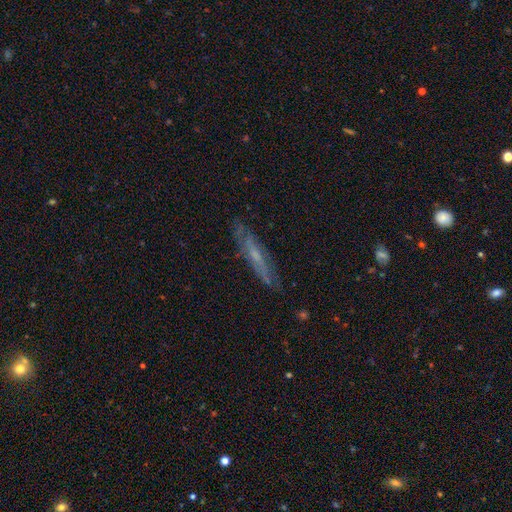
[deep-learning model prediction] A featured or disk galaxy (60%) viewed edge-on (70%). Merging: none (81%).